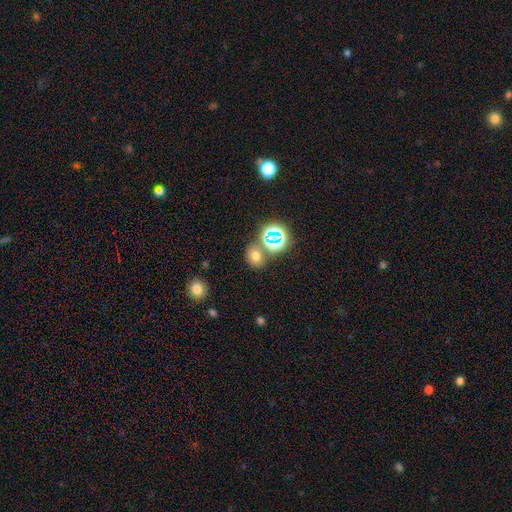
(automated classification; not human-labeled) Overall: smooth (63%; star or artifact 28%). How rounded: round (57%; in between 42%). Merging: none (72%).